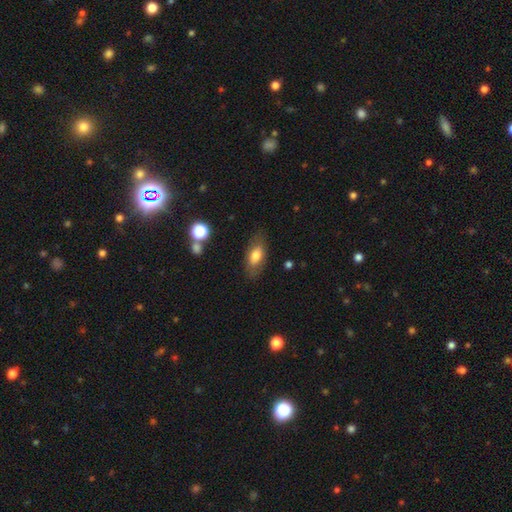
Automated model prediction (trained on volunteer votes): Smooth or featured?
  - smooth: 70% *
  - featured or disk: 23%
  - star or artifact: 7%
How rounded?
  - in between: 87% *
  - cigar-shaped: 8%
  - round: 5%
Merging?
  - none: 78% *
  - minor disturbance: 15%
  - major disturbance: 5%
  - merger: 2%